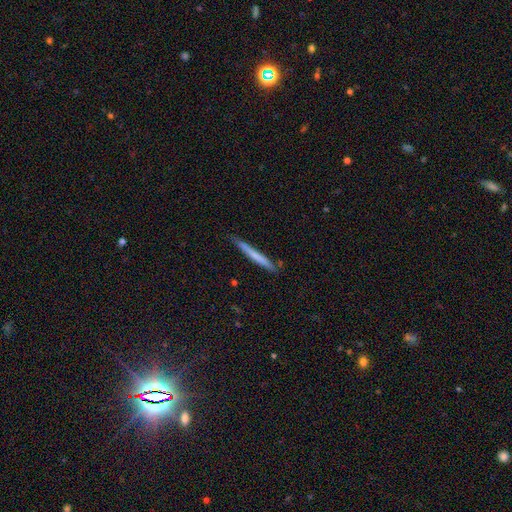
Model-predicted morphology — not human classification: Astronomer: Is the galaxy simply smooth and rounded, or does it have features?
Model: smooth — 60%.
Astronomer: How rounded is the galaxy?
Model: cigar-shaped — 97%.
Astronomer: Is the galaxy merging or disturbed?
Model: none — 82%.